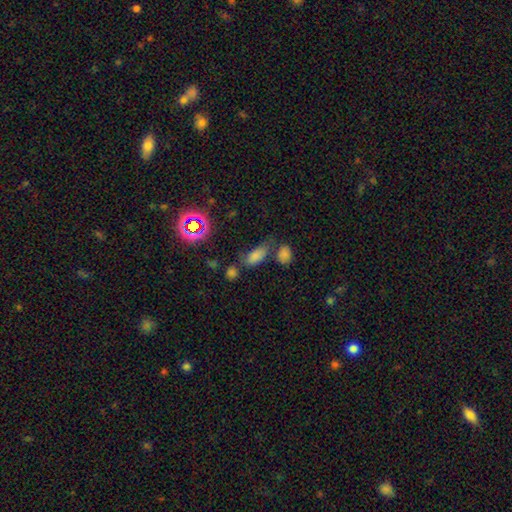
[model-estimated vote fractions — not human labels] smooth-or-featured: smooth: 68% | star or artifact: 23% | featured or disk: 10%
  how-rounded: in between: 80% | cigar-shaped: 13% | round: 8%
  merging: none: 54% | merger: 22% | minor disturbance: 17% | major disturbance: 8%